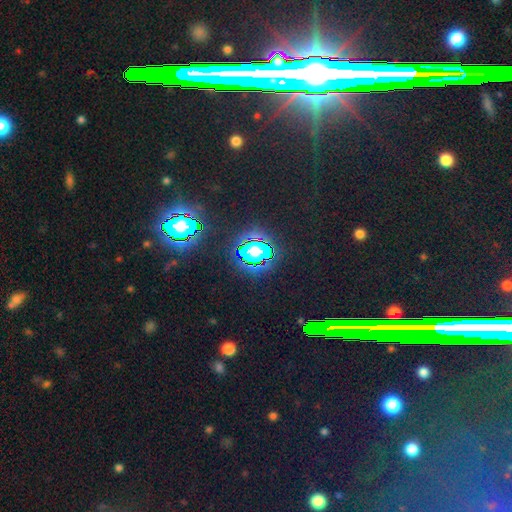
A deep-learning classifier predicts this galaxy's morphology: type=star or artifact (81%).